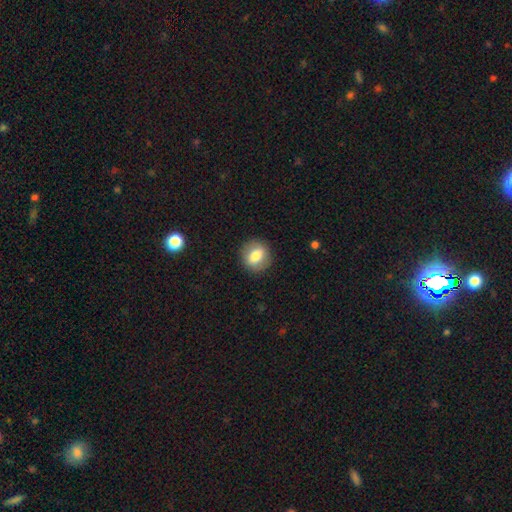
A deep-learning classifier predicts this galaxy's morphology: smooth 73%, featured or disk 18%, star or artifact 8%. Down the decision tree: how rounded — round (76%); merging — none (89%).